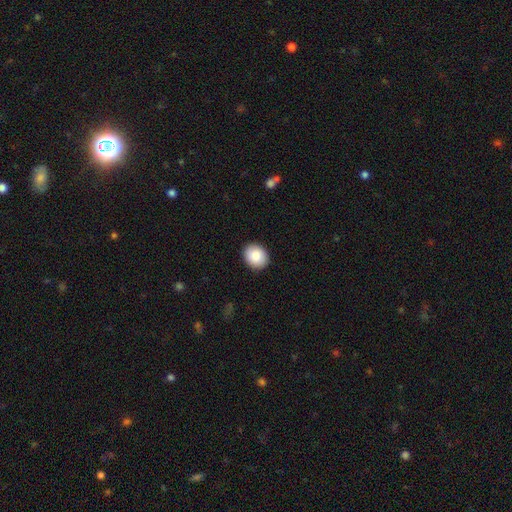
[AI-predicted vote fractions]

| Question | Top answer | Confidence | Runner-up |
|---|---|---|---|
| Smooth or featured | smooth | 86% | star or artifact (7%) |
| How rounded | round | 60% | in between (39%) |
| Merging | none | 91% | minor disturbance (6%) |